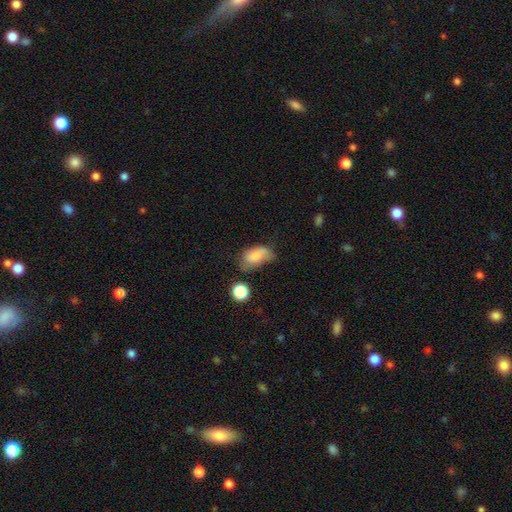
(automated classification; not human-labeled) A smooth galaxy with no disk features (78%) that is in between round and cigar-shaped (89%). Merging: none (38%).